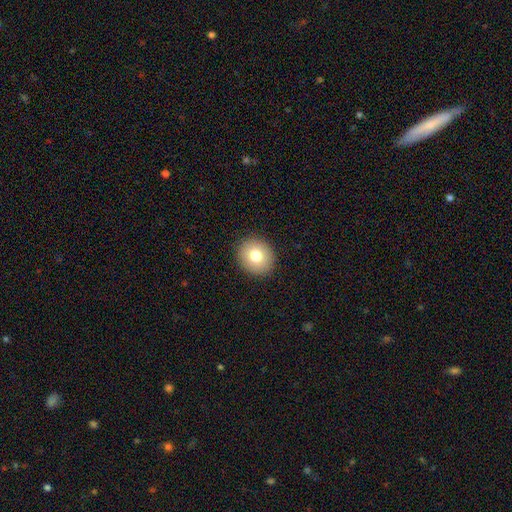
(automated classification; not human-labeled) Q: Smooth or featured?
A: smooth (77%); runner-up: featured or disk (12%)
Q: How rounded?
A: round (83%); runner-up: in between (16%)
Q: Merging?
A: none (91%); runner-up: minor disturbance (6%)